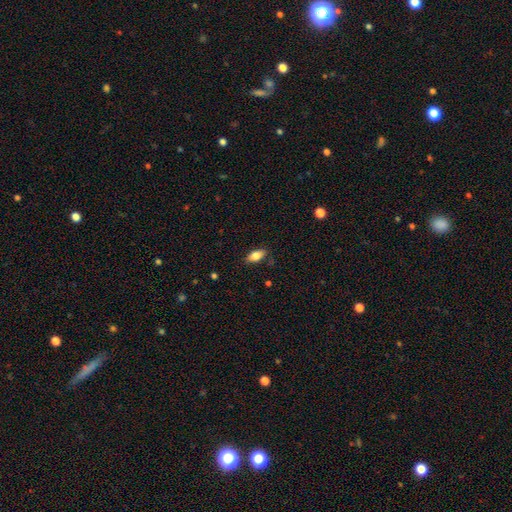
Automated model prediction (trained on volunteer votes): A smooth galaxy with no disk features (79%) that is in between round and cigar-shaped (87%).

Vote fractions:
- Smooth or featured? smooth: 79% / featured or disk: 14% / star or artifact: 7%
- How rounded? in between: 87% / cigar-shaped: 10% / round: 3%
- Merging? none: 84% / minor disturbance: 12% / major disturbance: 3% / merger: 1%